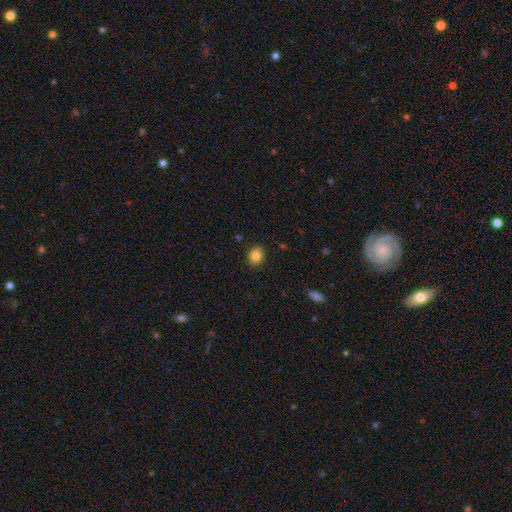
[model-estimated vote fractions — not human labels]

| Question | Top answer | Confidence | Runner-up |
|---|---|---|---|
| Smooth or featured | smooth | 84% | star or artifact (10%) |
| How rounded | round | 72% | in between (27%) |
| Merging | none | 89% | minor disturbance (7%) |